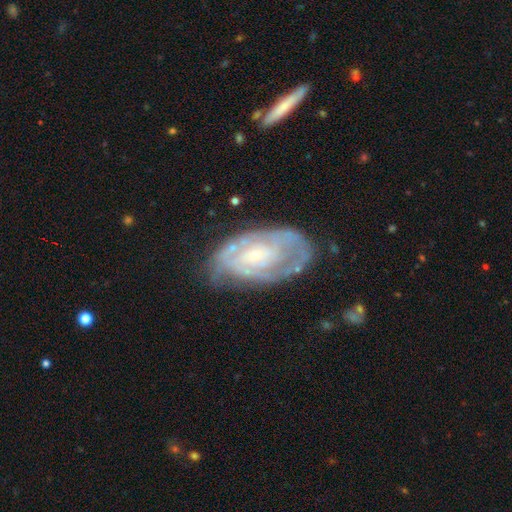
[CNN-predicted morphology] The model was most divided on "spiral arm count": can't tell: 48%, 2: 27%, 3: 10%, 1: 7%, 4: 4%, more than 4: 3%. More confident: edge-on disk — no (96%); spiral arms — yes (83%); smooth or featured — featured or disk (79%); bulge size — small (76%); bar — no (71%); spiral winding — tight (65%); merging — none (60%).